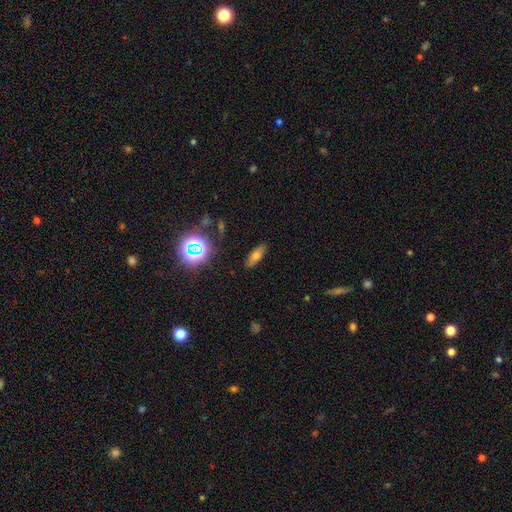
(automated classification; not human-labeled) Smooth or featured: smooth — 60% (featured or disk — 23%)
How rounded: in between — 61% (cigar-shaped — 33%)
Merging: none — 86% (minor disturbance — 10%)